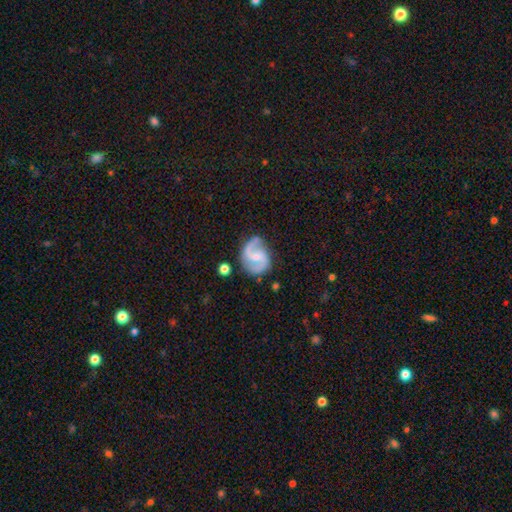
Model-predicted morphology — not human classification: A featured or disk galaxy (87%) with a weak bar (46%), 2 (92%) medium (53%) spiral arms (97%) and a small central bulge (57%). Merging: none (74%).